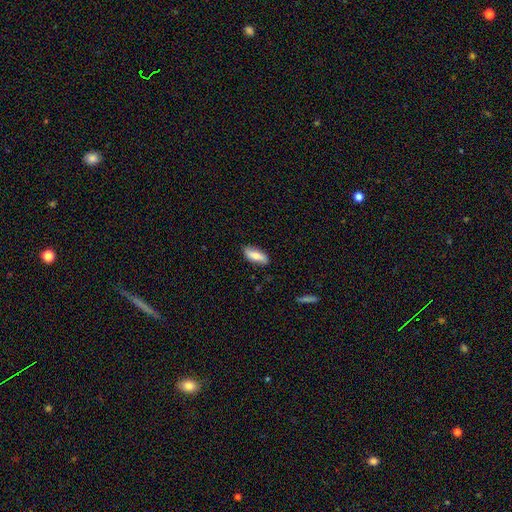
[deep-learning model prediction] smooth_or_featured: smooth (p=0.74) [alt: featured or disk p=0.20]
how_rounded: in between (p=0.74) [alt: cigar-shaped p=0.24]
merging: none (p=0.82) [alt: minor disturbance p=0.15]